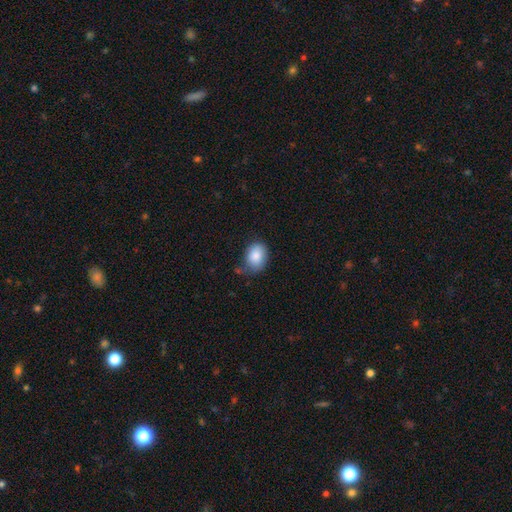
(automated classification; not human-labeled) This appears to be a smooth galaxy with no disk features (86%) that is in between round and cigar-shaped (66%). Merging: none (63%).